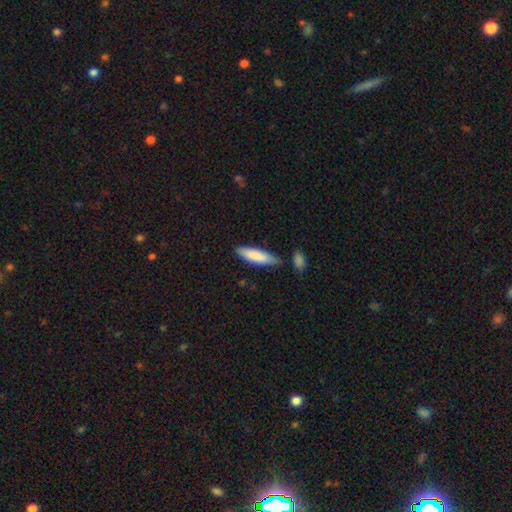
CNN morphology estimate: Smooth or featured? Predicted: smooth (p=0.83). How rounded? Predicted: cigar-shaped (p=0.64). Merging? Predicted: none (p=0.73).